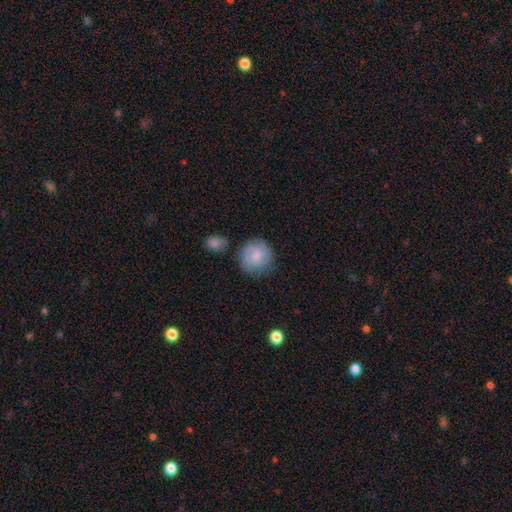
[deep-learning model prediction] Smooth or featured: smooth — 69% (featured or disk — 24%)
How rounded: round — 87% (in between — 12%)
Merging: none — 72% (minor disturbance — 18%)